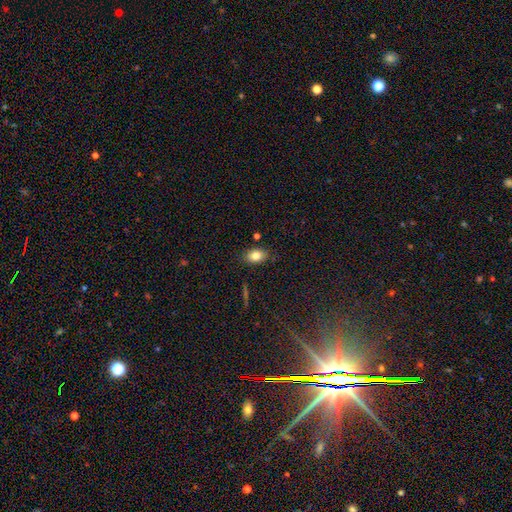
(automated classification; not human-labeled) Q: Smooth or featured?
A: smooth (81%); runner-up: featured or disk (10%)
Q: How rounded?
A: in between (80%); runner-up: round (18%)
Q: Merging?
A: none (83%); runner-up: minor disturbance (12%)